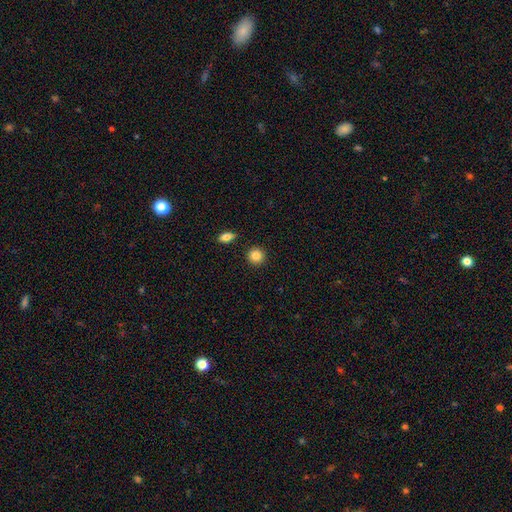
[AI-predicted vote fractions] The model was most divided on "smooth or featured": smooth: 85%, star or artifact: 9%, featured or disk: 6%. More confident: how rounded — round (92%); merging — none (91%).